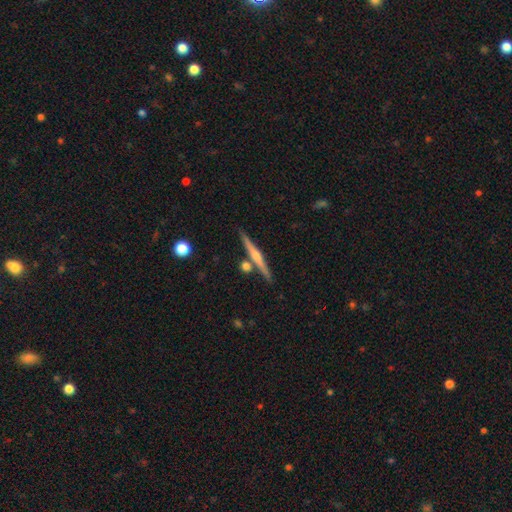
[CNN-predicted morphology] smooth_or_featured: featured or disk (p=0.73) [alt: smooth p=0.20]
disk_edge_on: yes (p=0.98) [alt: no p=0.02]
edge_on_bulge: rounded (p=0.79) [alt: none p=0.14]
merging: none (p=0.85) [alt: minor disturbance p=0.07]